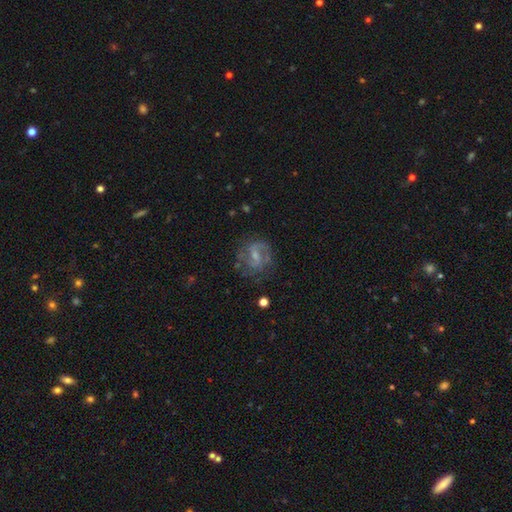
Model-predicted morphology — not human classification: Q: Smooth or featured?
A: featured or disk (75%); runner-up: smooth (17%)
Q: Edge-on disk?
A: no (97%); runner-up: yes (3%)
Q: Bar?
A: weak (54%); runner-up: no (24%)
Q: Spiral arms?
A: yes (86%); runner-up: no (14%)
Q: Spiral winding?
A: medium (48%); runner-up: tight (27%)
Q: Spiral arm count?
A: 2 (73%); runner-up: can't tell (14%)
Q: Bulge size?
A: small (48%); runner-up: moderate (33%)
Q: Merging?
A: none (67%); runner-up: minor disturbance (19%)